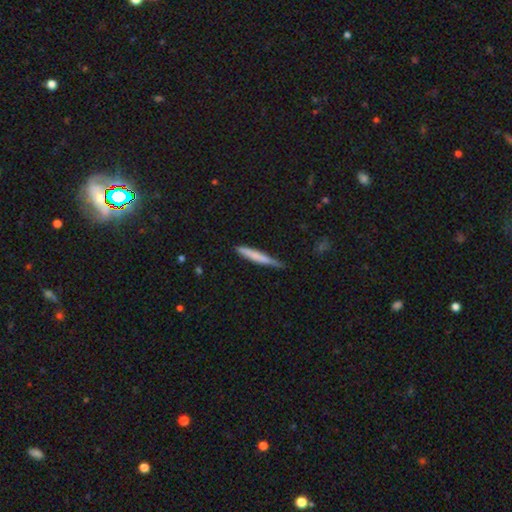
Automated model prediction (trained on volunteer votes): A smooth galaxy with no disk features (66%) that is cigar-shaped (95%).

Vote fractions:
- Smooth or featured? smooth: 66% / featured or disk: 28% / star or artifact: 6%
- How rounded? cigar-shaped: 95% / in between: 4% / round: 1%
- Merging? none: 75% / minor disturbance: 20% / major disturbance: 3% / merger: 2%